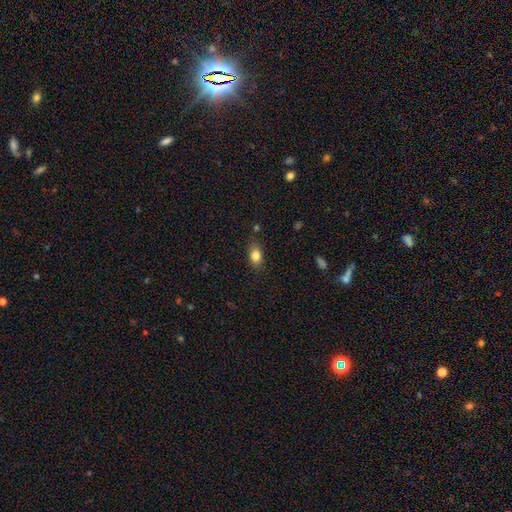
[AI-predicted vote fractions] The model was most divided on "merging": none: 78%, minor disturbance: 16%, major disturbance: 3%, merger: 3%. More confident: smooth or featured — smooth (82%); how rounded — in between (80%).